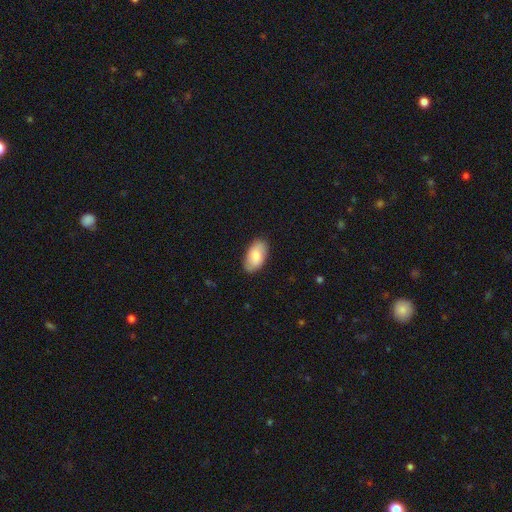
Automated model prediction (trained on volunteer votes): Overall: smooth (80%). How rounded: in between (95%). Merging: none (86%).